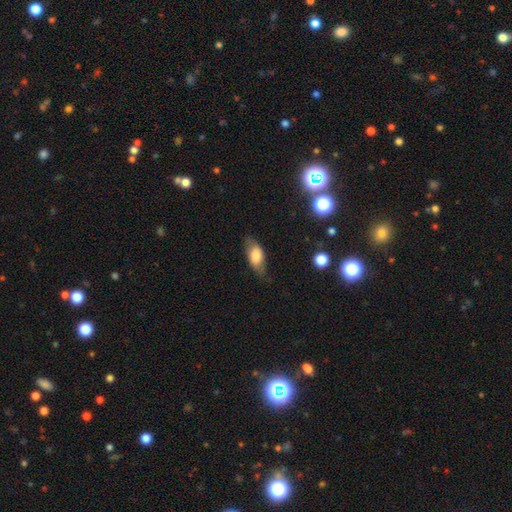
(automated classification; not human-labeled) Smooth or featured?
  - smooth: 73% *
  - featured or disk: 19%
  - star or artifact: 8%
How rounded?
  - in between: 84% *
  - cigar-shaped: 11%
  - round: 5%
Merging?
  - none: 73% *
  - minor disturbance: 20%
  - major disturbance: 6%
  - merger: 1%